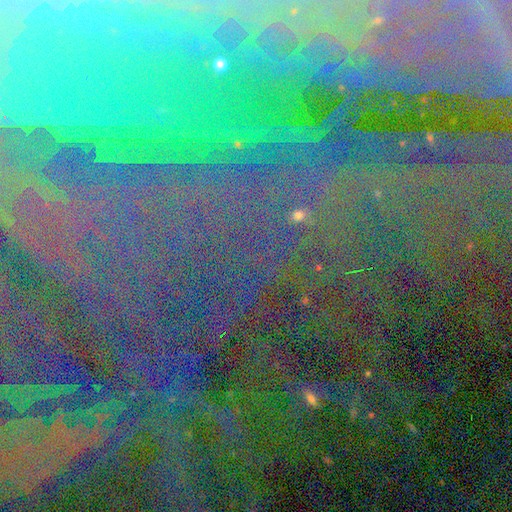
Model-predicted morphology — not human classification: This appears to be a star or artifact, not a galaxy (79%).